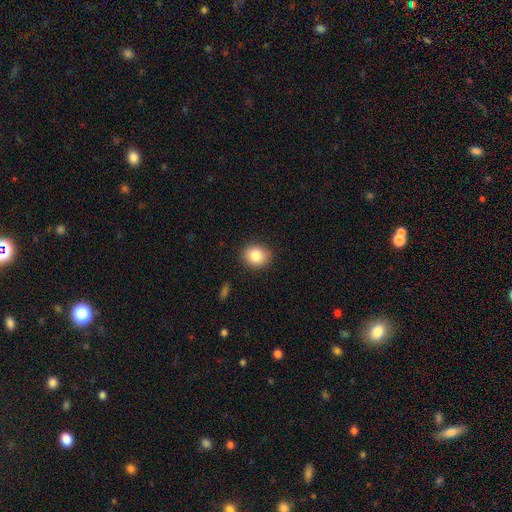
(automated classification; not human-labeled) The model was most divided on "how rounded": round: 72%, in between: 27%, cigar-shaped: 1%. More confident: merging — none (89%); smooth or featured — smooth (84%).